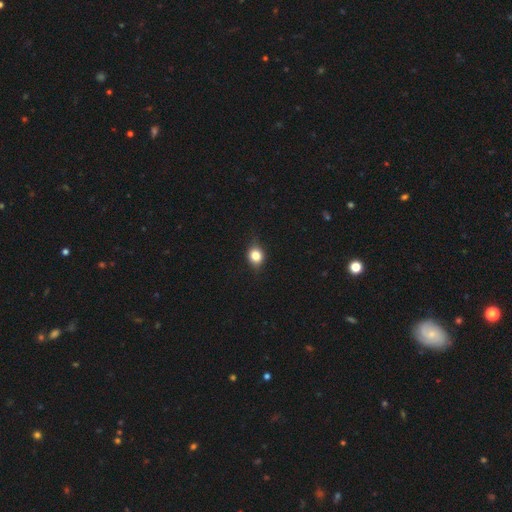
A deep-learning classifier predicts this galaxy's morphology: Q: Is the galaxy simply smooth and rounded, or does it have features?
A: smooth — 76%.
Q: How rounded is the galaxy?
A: round — 60%.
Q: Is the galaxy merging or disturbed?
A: none — 79%.